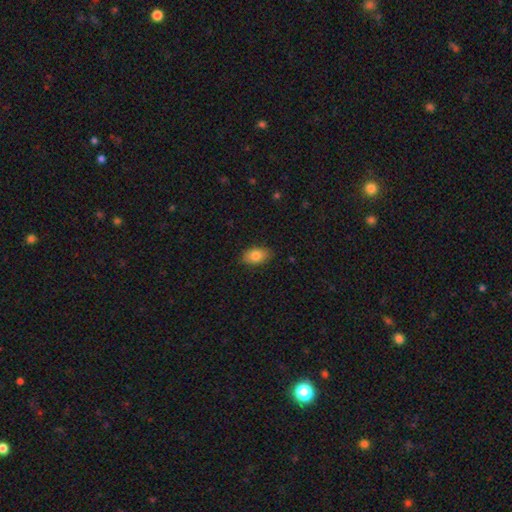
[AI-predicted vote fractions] A smooth galaxy with no disk features (81%) that is in between round and cigar-shaped (88%).

Vote fractions:
- Smooth or featured? smooth: 81% / featured or disk: 11% / star or artifact: 8%
- How rounded? in between: 88% / round: 10% / cigar-shaped: 2%
- Merging? none: 86% / minor disturbance: 11% / major disturbance: 2% / merger: 1%